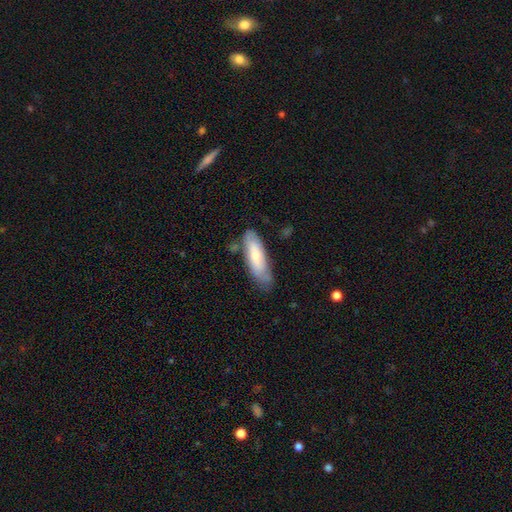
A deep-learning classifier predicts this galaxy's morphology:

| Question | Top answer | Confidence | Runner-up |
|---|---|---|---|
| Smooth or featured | smooth | 63% | featured or disk (31%) |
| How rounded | in between | 50% | cigar-shaped (49%) |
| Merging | none | 67% | minor disturbance (24%) |